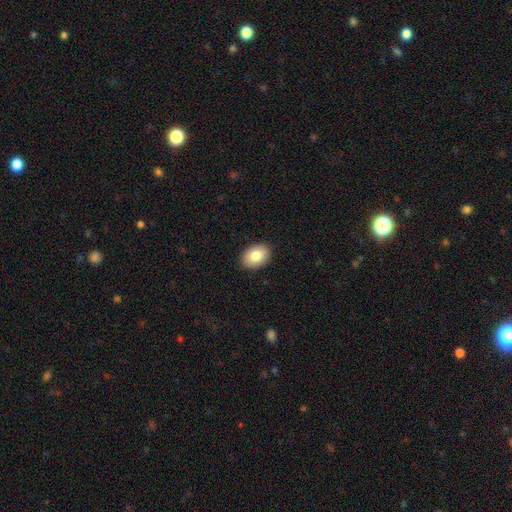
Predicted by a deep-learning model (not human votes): Smooth or featured: smooth — 83% (featured or disk — 10%)
How rounded: in between — 79% (round — 20%)
Merging: none — 90% (minor disturbance — 8%)